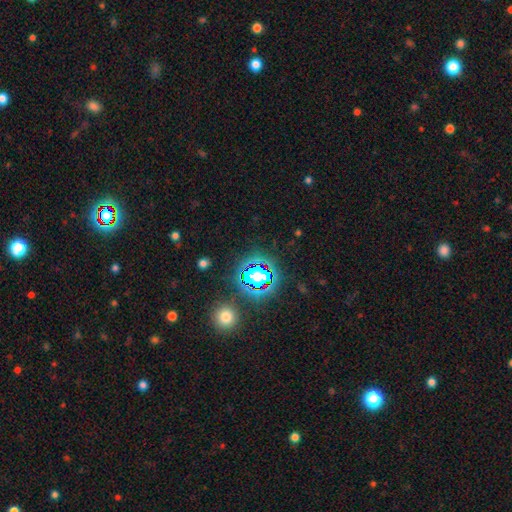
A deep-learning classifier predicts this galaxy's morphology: Smooth or featured? star or artifact (76%)